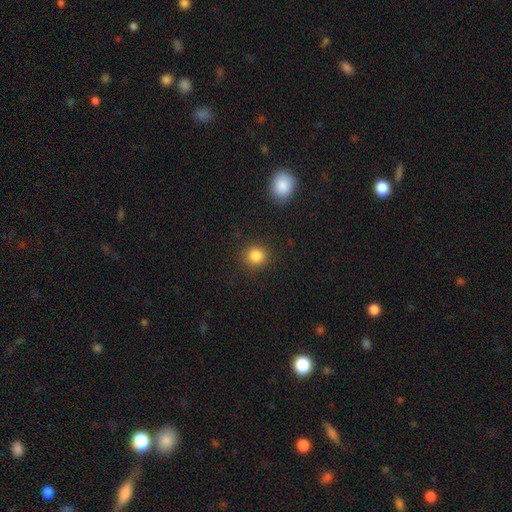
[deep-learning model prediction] Smooth or featured?
  - smooth: 85% *
  - star or artifact: 11%
  - featured or disk: 4%
How rounded?
  - round: 88% *
  - in between: 11%
  - cigar-shaped: 1%
Merging?
  - none: 89% *
  - minor disturbance: 7%
  - major disturbance: 3%
  - merger: 1%